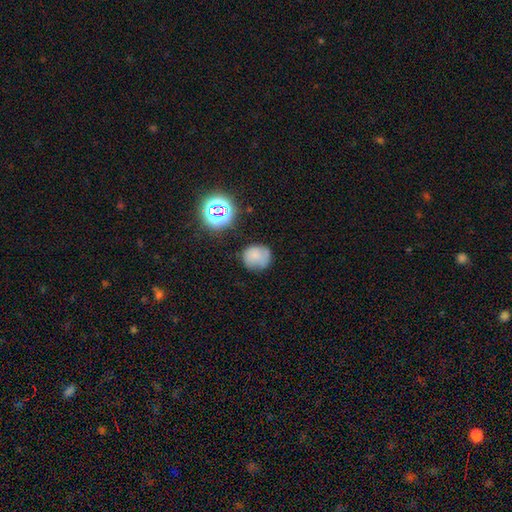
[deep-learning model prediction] A smooth galaxy with no disk features (72%) that is round (81%). Merging: none (65%).